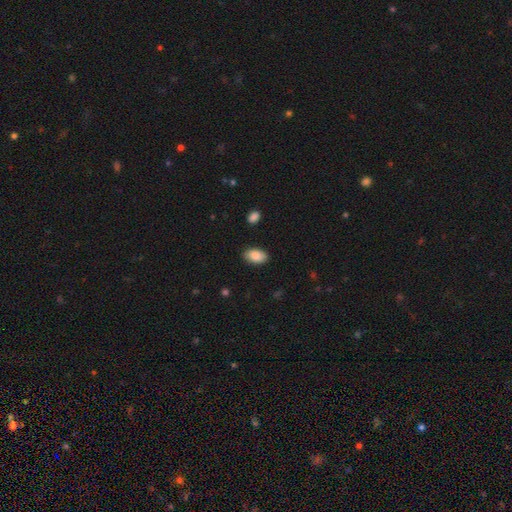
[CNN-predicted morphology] Smooth or featured: smooth — 88% (star or artifact — 7%)
How rounded: in between — 93% (round — 5%)
Merging: none — 87% (minor disturbance — 9%)